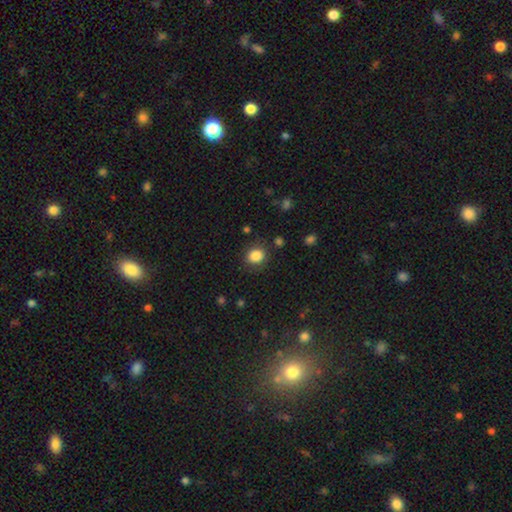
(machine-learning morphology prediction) smooth 85%, star or artifact 10%, featured or disk 4%. Down the decision tree: how rounded — round (68%); merging — none (84%).